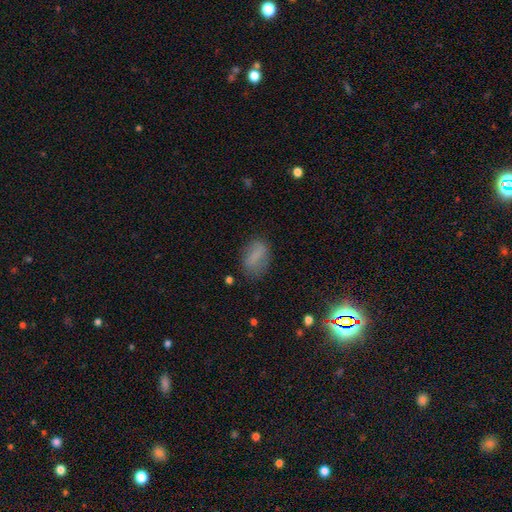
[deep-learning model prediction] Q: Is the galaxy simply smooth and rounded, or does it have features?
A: smooth — 71%.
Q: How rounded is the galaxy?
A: in between — 84%.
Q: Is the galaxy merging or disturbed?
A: none — 71%.